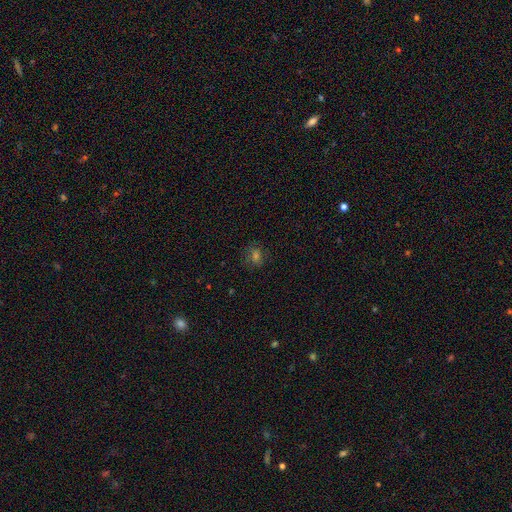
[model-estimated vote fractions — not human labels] Smooth or featured? smooth (60%)
How rounded? round (66%)
Merging? none (82%)